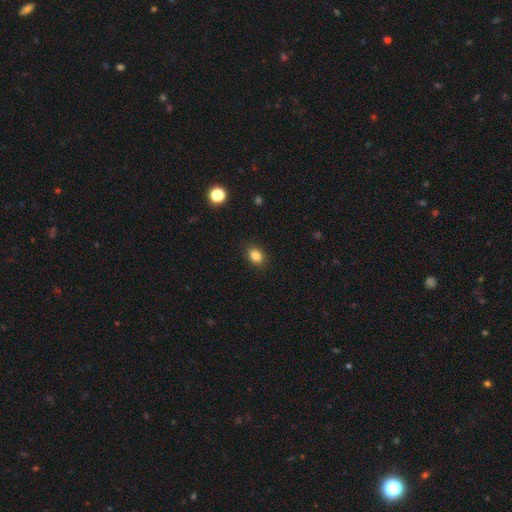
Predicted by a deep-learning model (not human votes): This appears to be a smooth galaxy with no disk features (85%) that is in between round and cigar-shaped (68%). Merging: none (88%).